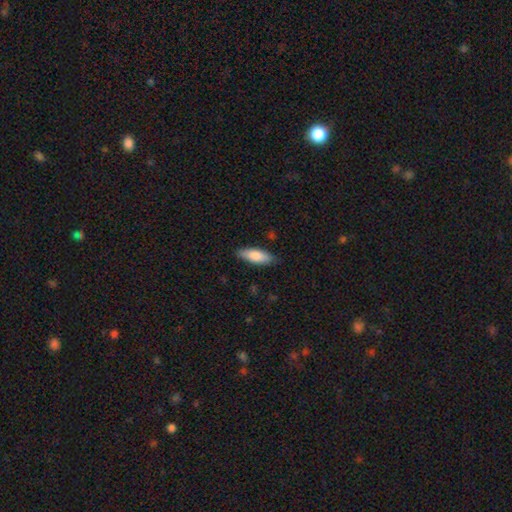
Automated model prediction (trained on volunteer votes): Morphology: type=smooth (84%); roundness=in between (67%); merging=none (84%).